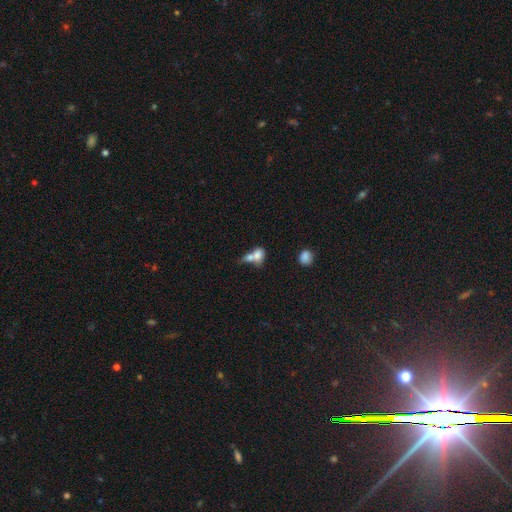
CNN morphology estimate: A smooth galaxy with no disk features (74%) that is in between round and cigar-shaped (70%).

Vote fractions:
- Smooth or featured? smooth: 74% / featured or disk: 17% / star or artifact: 9%
- How rounded? in between: 70% / round: 26% / cigar-shaped: 4%
- Merging? merger: 67% / none: 19% / minor disturbance: 8% / major disturbance: 6%